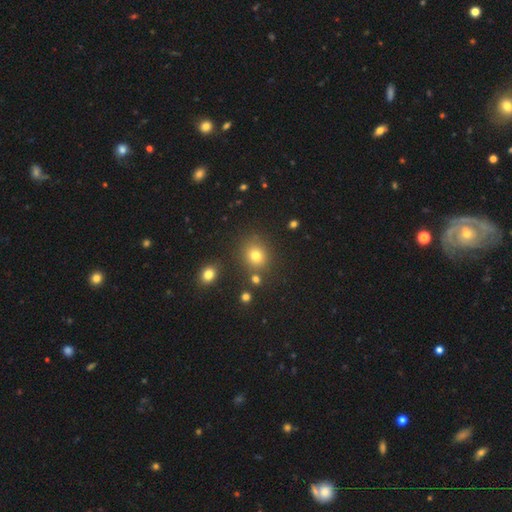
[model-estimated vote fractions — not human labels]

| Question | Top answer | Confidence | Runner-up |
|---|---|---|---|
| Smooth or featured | smooth | 75% | star or artifact (17%) |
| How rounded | round | 76% | in between (23%) |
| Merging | none | 79% | minor disturbance (10%) |